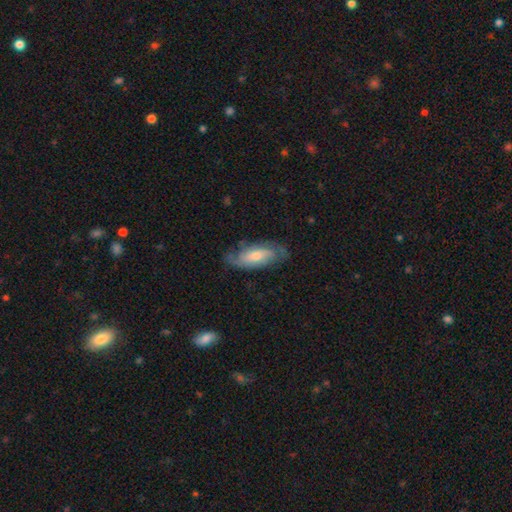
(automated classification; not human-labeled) Smooth or featured? featured or disk (63%)
Edge-on disk? no (88%)
Bar? no (56%)
Spiral arms? yes (90%)
Spiral winding? medium (43%)
Spiral arm count? 2 (71%)
Bulge size? moderate (47%)
Merging? none (71%)